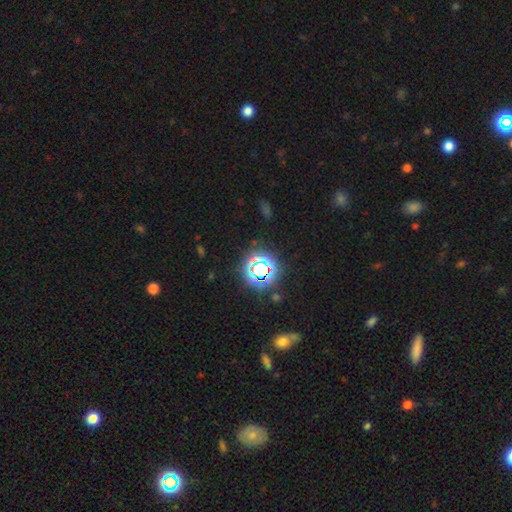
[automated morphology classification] A star or artifact, not a galaxy (73%).